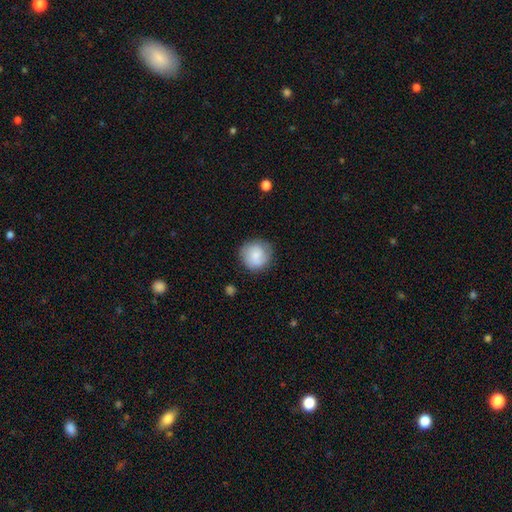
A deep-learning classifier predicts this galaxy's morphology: smooth-or-featured: smooth: 76% | featured or disk: 17% | star or artifact: 7%
  how-rounded: round: 92% | in between: 7% | cigar-shaped: 1%
  merging: none: 81% | minor disturbance: 14% | major disturbance: 4% | merger: 2%